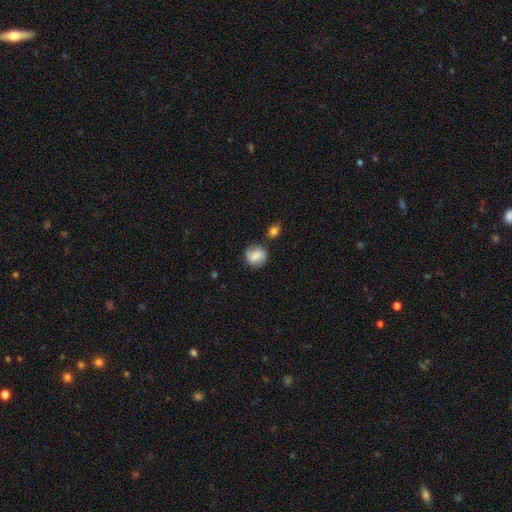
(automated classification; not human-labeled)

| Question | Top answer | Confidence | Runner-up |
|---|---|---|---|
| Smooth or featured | smooth | 60% | featured or disk (31%) |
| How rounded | round | 78% | in between (21%) |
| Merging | none | 68% | minor disturbance (18%) |